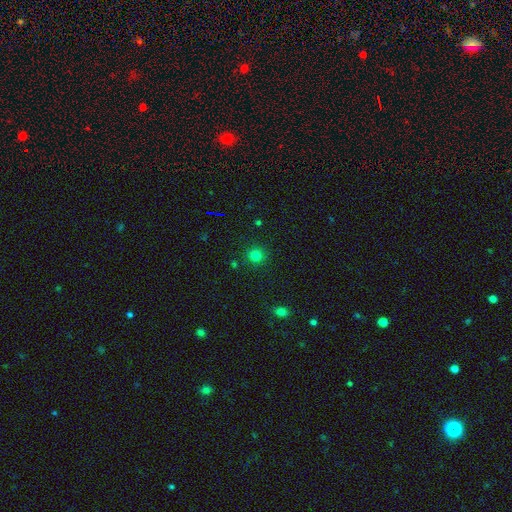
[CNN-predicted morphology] Smooth or featured?
  - smooth: 78% *
  - star or artifact: 17%
  - featured or disk: 5%
How rounded?
  - round: 92% *
  - in between: 7%
  - cigar-shaped: 1%
Merging?
  - none: 88% *
  - minor disturbance: 7%
  - major disturbance: 3%
  - merger: 2%